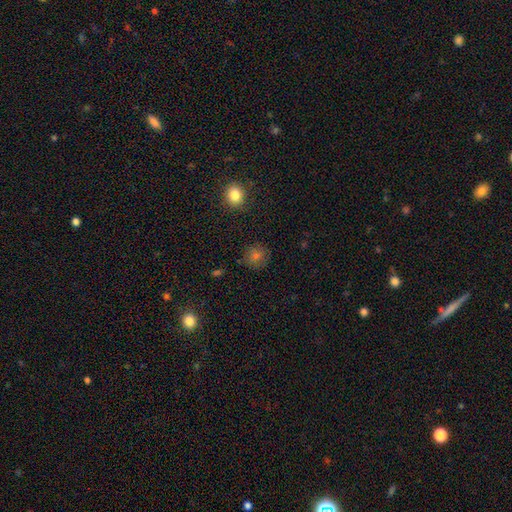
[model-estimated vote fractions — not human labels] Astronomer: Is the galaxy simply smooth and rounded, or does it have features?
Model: smooth — 69%.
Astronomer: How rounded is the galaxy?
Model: round — 92%.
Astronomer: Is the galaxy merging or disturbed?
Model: none — 87%.